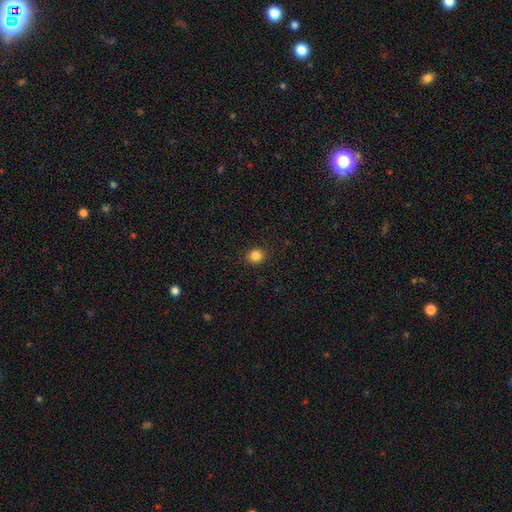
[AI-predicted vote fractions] Morphology: type=smooth (85%); roundness=round (86%); merging=none (91%).